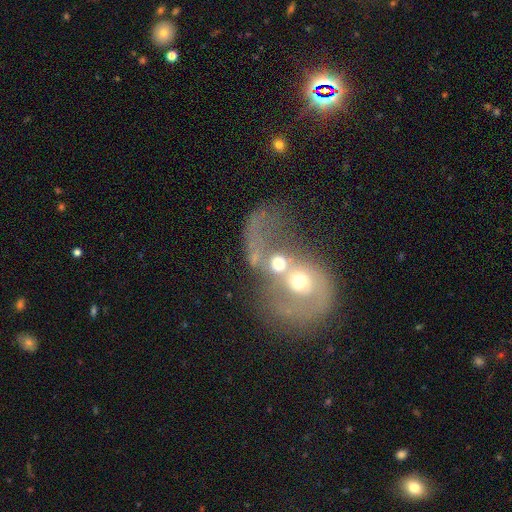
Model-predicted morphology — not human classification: featured or disk 51%, smooth 35%, star or artifact 14%. Down the decision tree: edge-on disk — no (96%); merging — merger (76%).